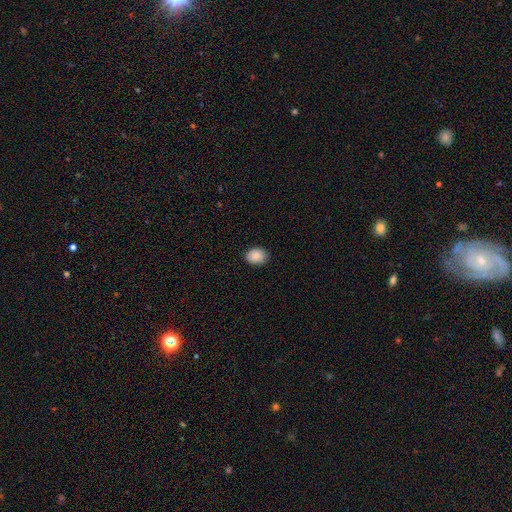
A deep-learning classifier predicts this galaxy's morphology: smooth-or-featured: smooth: 89% | star or artifact: 8% | featured or disk: 3%
  how-rounded: in between: 59% | round: 40% | cigar-shaped: 1%
  merging: none: 84% | minor disturbance: 13% | major disturbance: 2% | merger: 1%